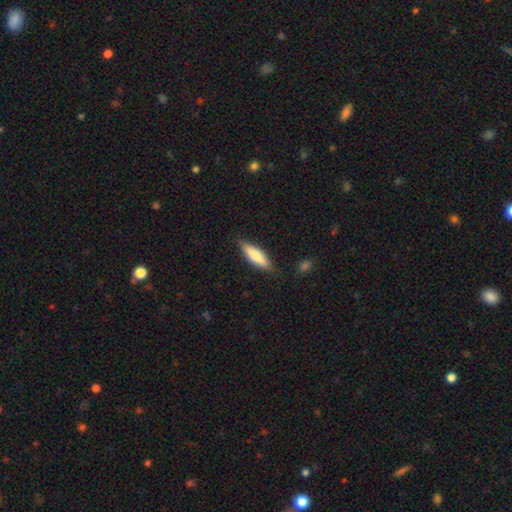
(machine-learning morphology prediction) A smooth galaxy with no disk features (76%) that is cigar-shaped (59%).

Vote fractions:
- Smooth or featured? smooth: 76% / featured or disk: 18% / star or artifact: 5%
- How rounded? cigar-shaped: 59% / in between: 40% / round: 2%
- Merging? none: 85% / minor disturbance: 11% / major disturbance: 2% / merger: 1%